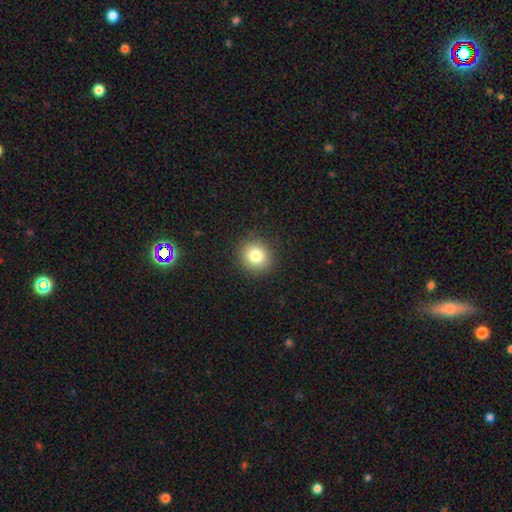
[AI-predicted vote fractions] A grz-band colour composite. It shows a smooth galaxy with no disk features (81%) that is round (86%). Merging: none (91%).